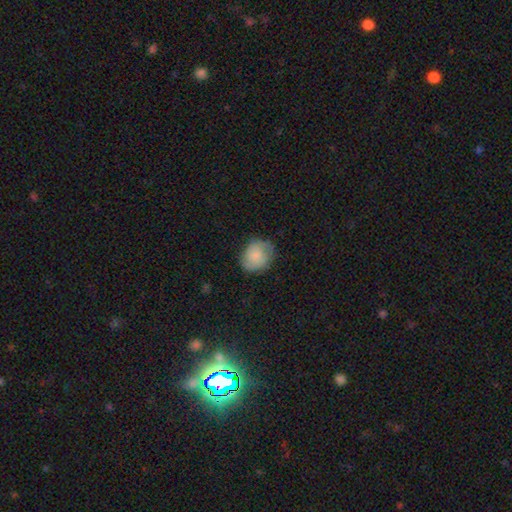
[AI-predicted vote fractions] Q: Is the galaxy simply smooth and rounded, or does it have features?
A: smooth — 71%.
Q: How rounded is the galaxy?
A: round — 62%.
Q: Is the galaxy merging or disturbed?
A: none — 68%.